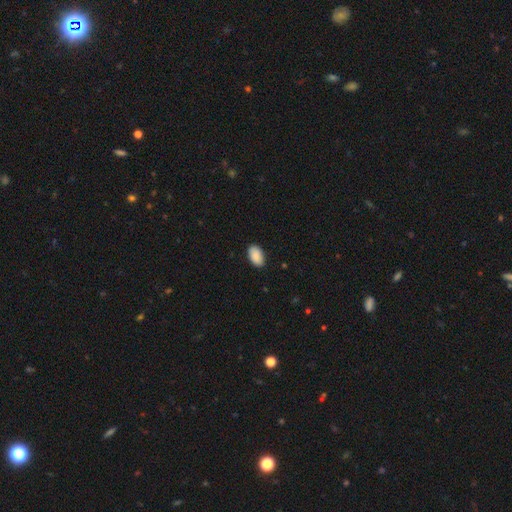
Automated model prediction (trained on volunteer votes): smooth 90%, star or artifact 6%, featured or disk 4%. Down the decision tree: how rounded — in between (94%); merging — none (87%).